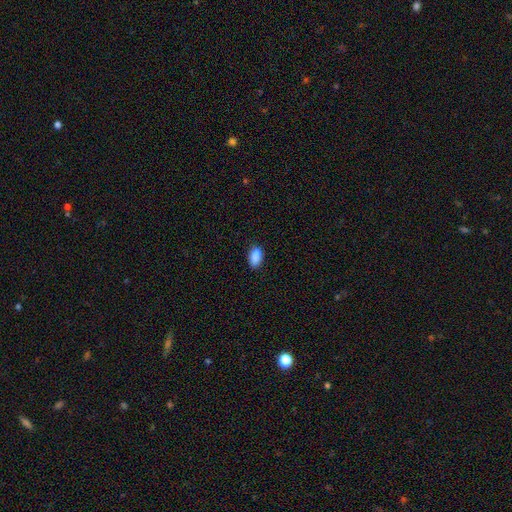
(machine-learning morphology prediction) Q: Smooth or featured?
A: smooth (87%); runner-up: star or artifact (9%)
Q: How rounded?
A: in between (90%); runner-up: round (5%)
Q: Merging?
A: none (72%); runner-up: minor disturbance (18%)